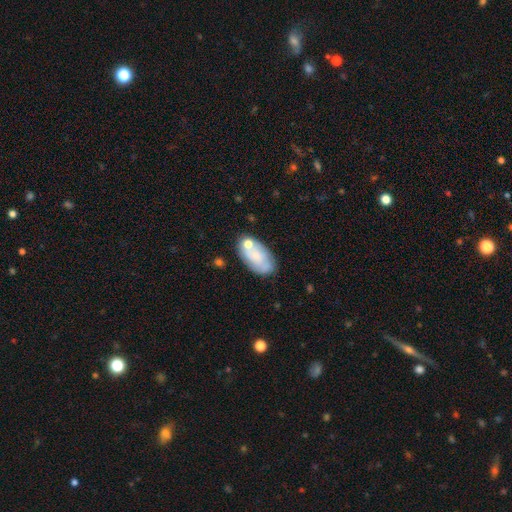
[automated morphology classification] type=smooth (63%); roundness=in between (93%); merging=none (57%).